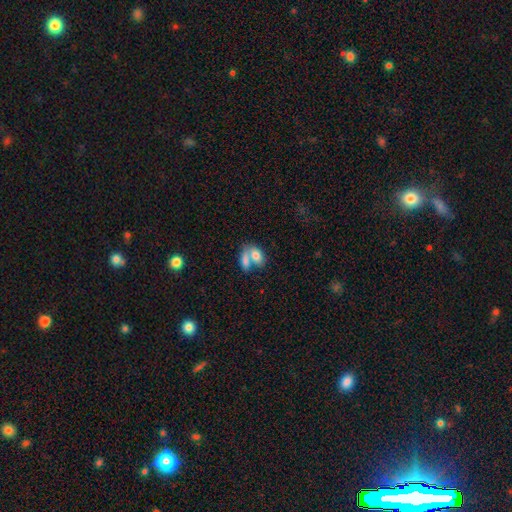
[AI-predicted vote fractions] smooth_or_featured: smooth (p=0.77) [alt: featured or disk p=0.16]
how_rounded: in between (p=0.87) [alt: round p=0.09]
merging: merger (p=0.61) [alt: none p=0.26]